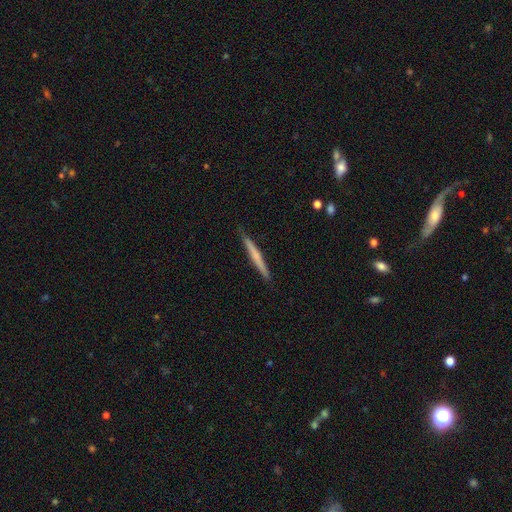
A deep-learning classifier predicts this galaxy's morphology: This appears to be a smooth galaxy with no disk features (54%) that is cigar-shaped (97%). Merging: none (90%).